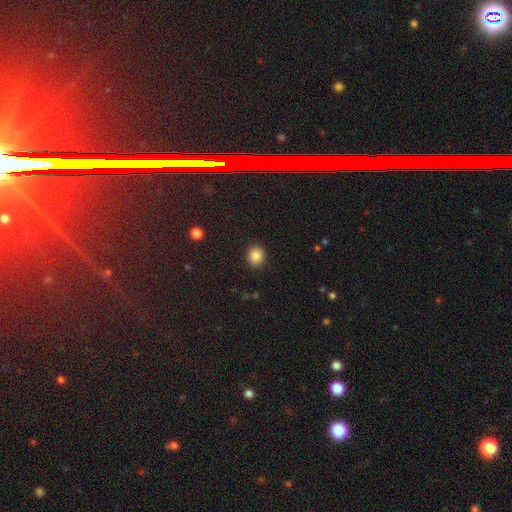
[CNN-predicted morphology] A smooth galaxy with no disk features (86%) that is round (73%).

Vote fractions:
- Smooth or featured? smooth: 86% / star or artifact: 10% / featured or disk: 5%
- How rounded? round: 73% / in between: 26% / cigar-shaped: 1%
- Merging? none: 90% / minor disturbance: 7% / major disturbance: 2% / merger: 1%